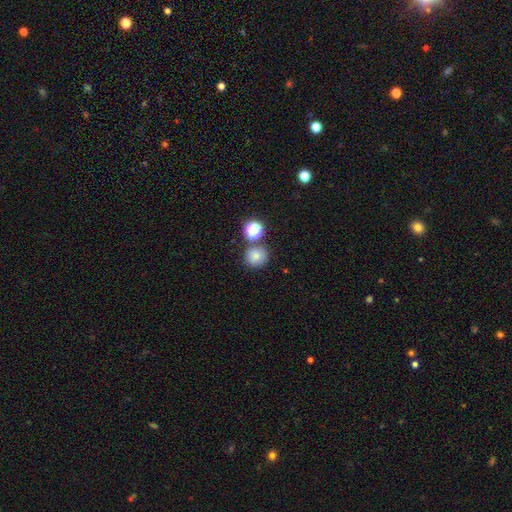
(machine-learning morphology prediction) Q: Smooth or featured?
A: smooth (77%); runner-up: star or artifact (15%)
Q: How rounded?
A: round (89%); runner-up: in between (10%)
Q: Merging?
A: none (73%); runner-up: merger (14%)